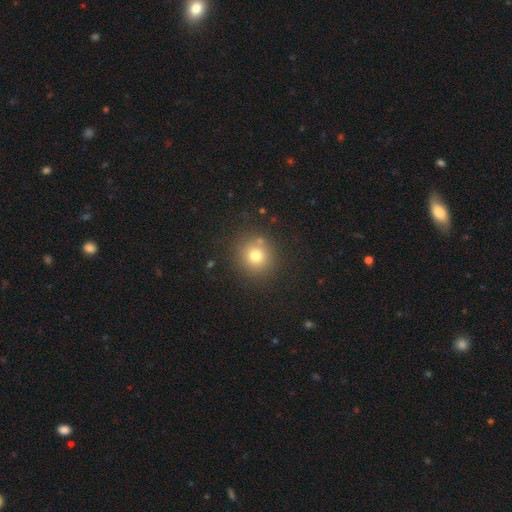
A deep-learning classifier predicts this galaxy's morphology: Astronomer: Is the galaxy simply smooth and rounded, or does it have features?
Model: smooth — 75%.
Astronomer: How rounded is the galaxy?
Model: round — 91%.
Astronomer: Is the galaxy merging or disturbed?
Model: none — 84%.